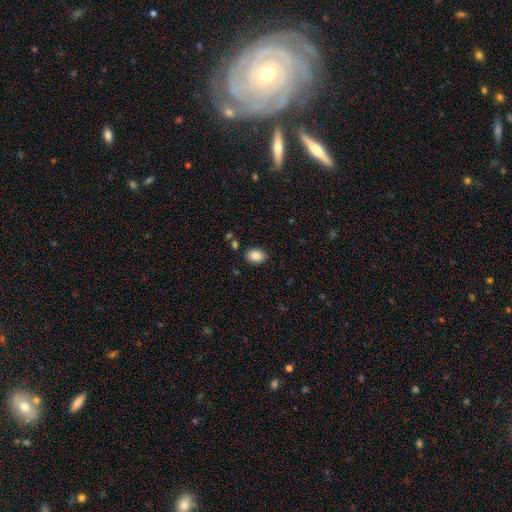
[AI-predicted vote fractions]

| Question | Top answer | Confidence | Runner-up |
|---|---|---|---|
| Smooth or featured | smooth | 88% | star or artifact (8%) |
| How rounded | in between | 80% | round (19%) |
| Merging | none | 87% | minor disturbance (9%) |